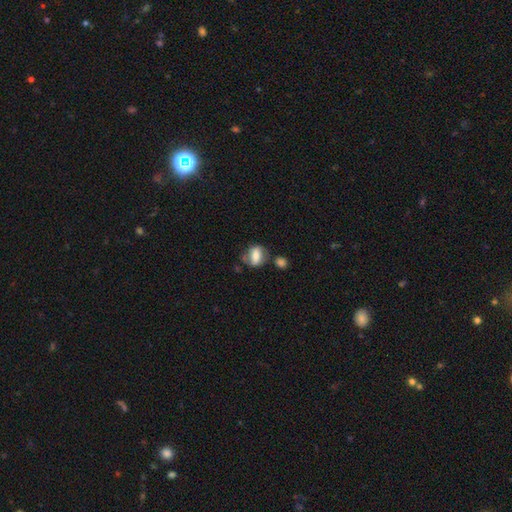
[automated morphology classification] A smooth galaxy with no disk features (64%) that is in between round and cigar-shaped (68%). Merging: none (54%).